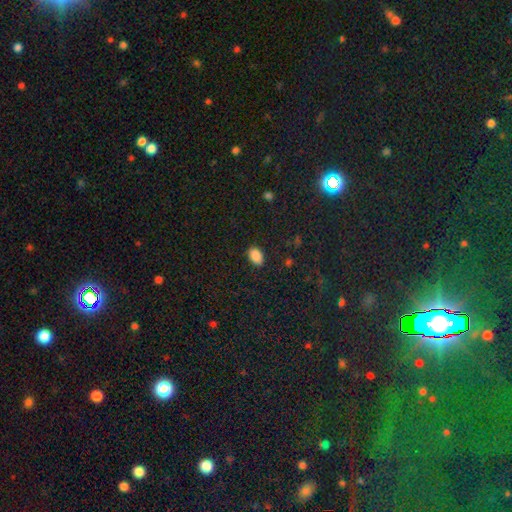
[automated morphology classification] A smooth galaxy with no disk features (88%) that is in between round and cigar-shaped (87%). Merging: none (87%).